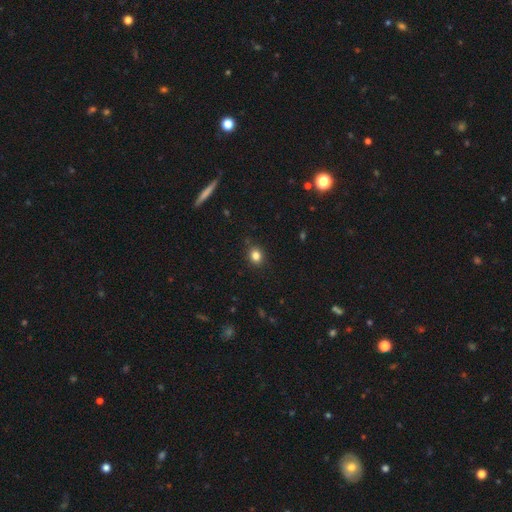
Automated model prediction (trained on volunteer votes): Morphology: type=smooth (83%); roundness=round (70%); merging=none (86%).